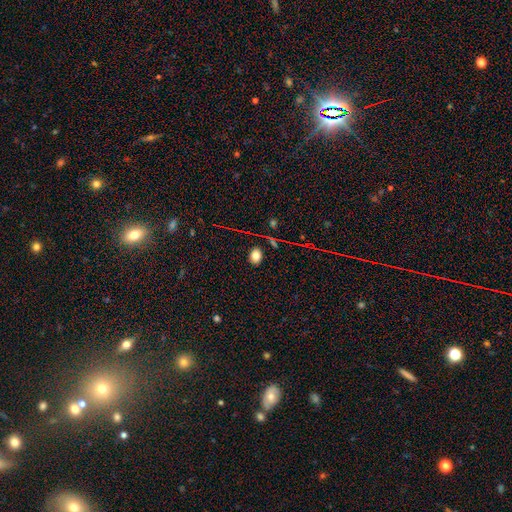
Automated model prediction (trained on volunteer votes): smooth_or_featured: smooth (p=0.77) [alt: star or artifact p=0.14]
how_rounded: in between (p=0.62) [alt: round p=0.37]
merging: none (p=0.86) [alt: minor disturbance p=0.10]